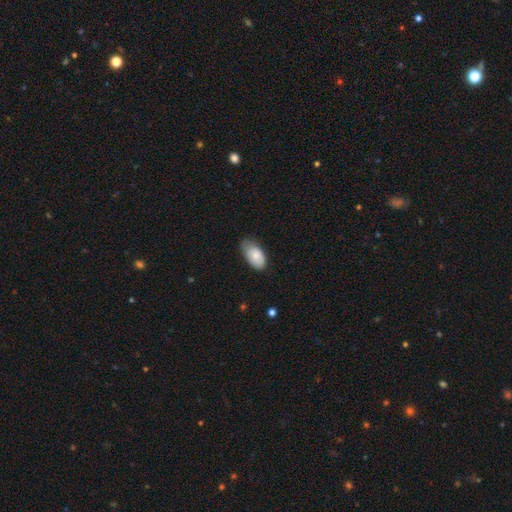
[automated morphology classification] Smooth or featured: smooth — 82% (featured or disk — 12%)
How rounded: in between — 95% (round — 3%)
Merging: none — 58% (minor disturbance — 35%)